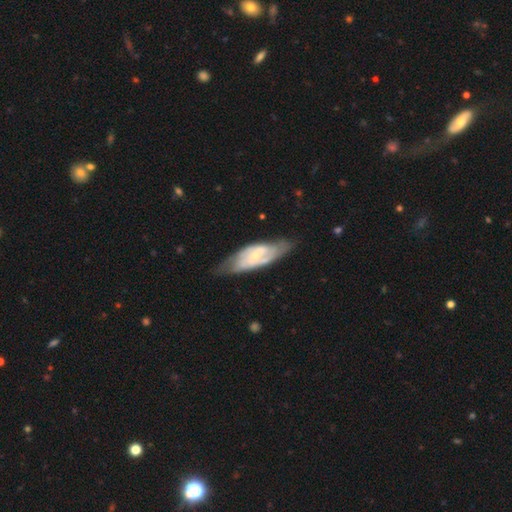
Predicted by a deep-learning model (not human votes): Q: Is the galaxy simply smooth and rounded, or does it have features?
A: featured or disk — 74%.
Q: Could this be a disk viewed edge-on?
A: no — 87%.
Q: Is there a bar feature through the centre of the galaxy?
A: no — 44%.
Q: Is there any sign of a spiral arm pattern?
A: yes — 83%.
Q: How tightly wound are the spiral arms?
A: medium — 43%.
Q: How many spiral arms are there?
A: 2 — 67%.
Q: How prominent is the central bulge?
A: small — 64%.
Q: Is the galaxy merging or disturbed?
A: none — 64%.